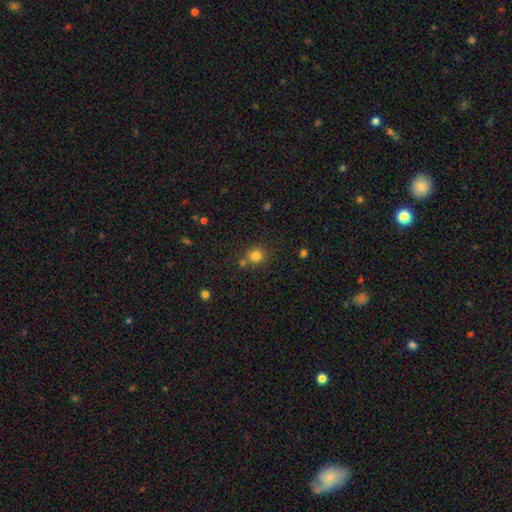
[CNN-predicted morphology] Overall: smooth (80%). How rounded: round (88%). Merging: none (74%).